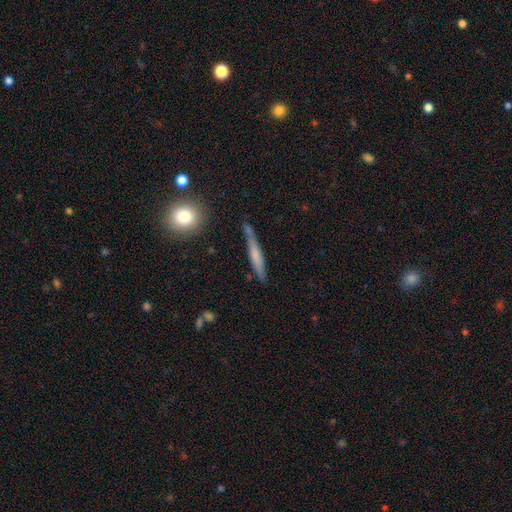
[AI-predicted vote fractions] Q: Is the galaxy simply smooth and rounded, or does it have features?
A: smooth — 55%.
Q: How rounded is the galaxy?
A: cigar-shaped — 93%.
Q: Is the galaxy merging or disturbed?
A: none — 77%.